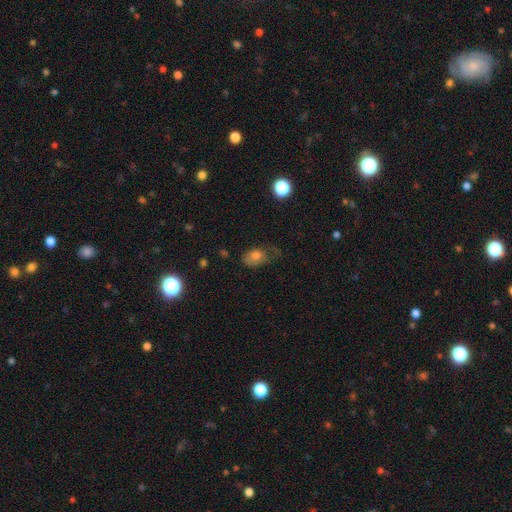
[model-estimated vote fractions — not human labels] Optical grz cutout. It shows a smooth galaxy with no disk features (69%) that is in between round and cigar-shaped (79%). Merging: none (39%).